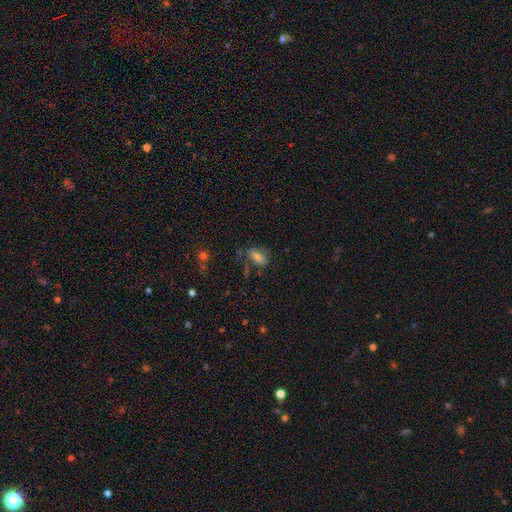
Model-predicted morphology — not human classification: Overall: smooth (63%). How rounded: in between (81%). Merging: none (60%; minor disturbance 21%).